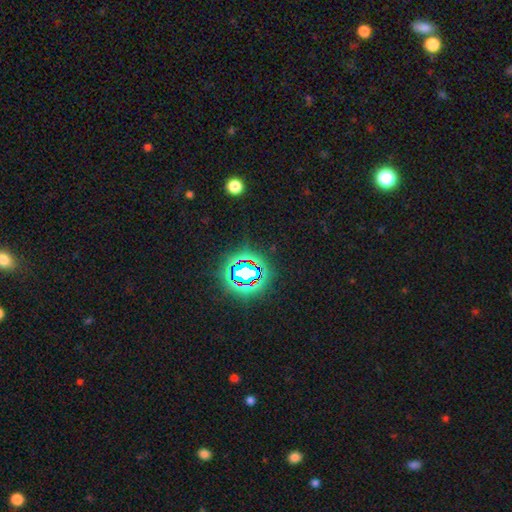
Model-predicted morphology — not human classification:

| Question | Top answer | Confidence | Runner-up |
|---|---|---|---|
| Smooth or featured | star or artifact | 82% | smooth (11%) |